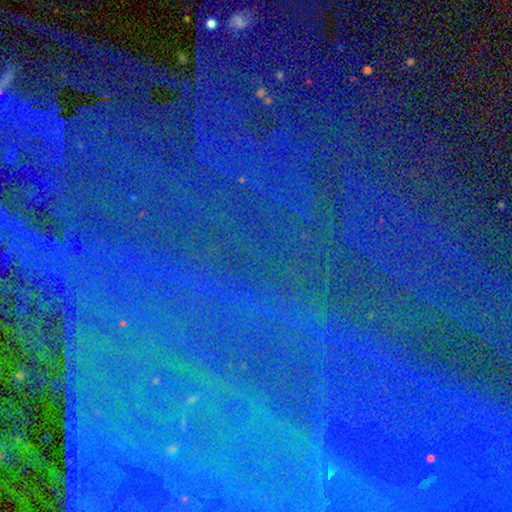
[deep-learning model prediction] star or artifact 83%, featured or disk 9%, smooth 8%.